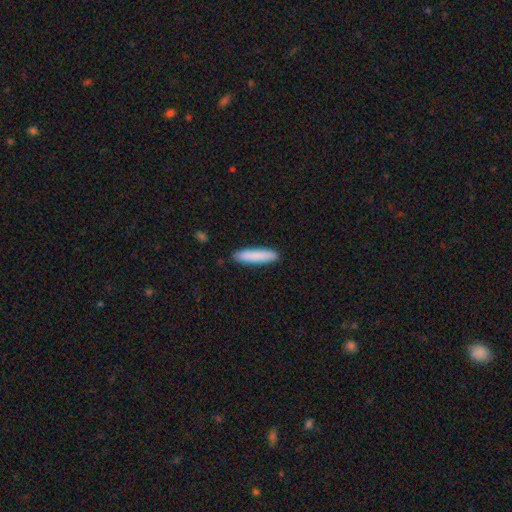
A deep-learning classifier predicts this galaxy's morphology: This appears to be a smooth galaxy with no disk features (85%) that is cigar-shaped (88%). Merging: none (90%).